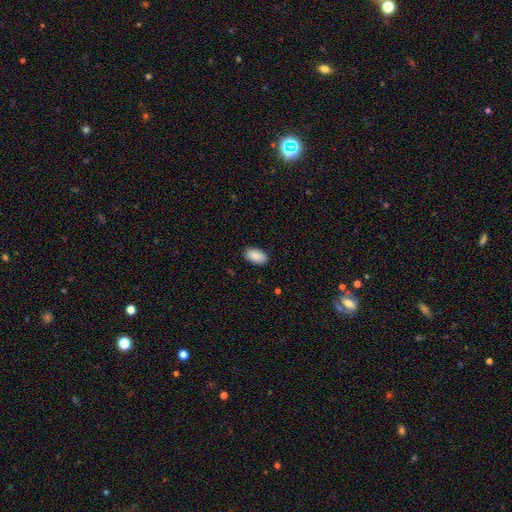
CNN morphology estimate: Q: Smooth or featured?
A: smooth (90%); runner-up: star or artifact (6%)
Q: How rounded?
A: in between (95%); runner-up: round (4%)
Q: Merging?
A: none (89%); runner-up: minor disturbance (8%)